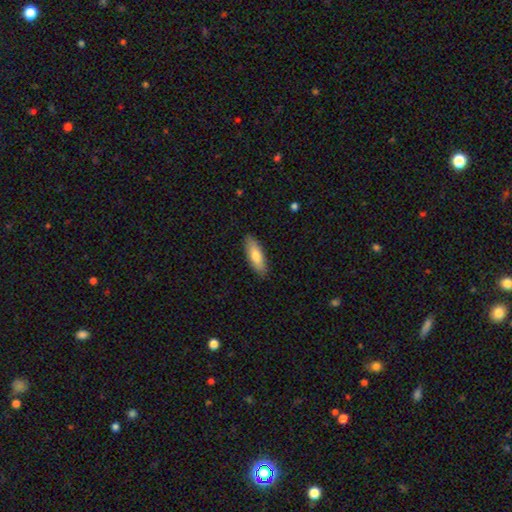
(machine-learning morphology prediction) smooth-or-featured: smooth: 75% | featured or disk: 19% | star or artifact: 6%
  how-rounded: in between: 57% | cigar-shaped: 41% | round: 2%
  merging: none: 88% | minor disturbance: 9% | major disturbance: 2% | merger: 1%